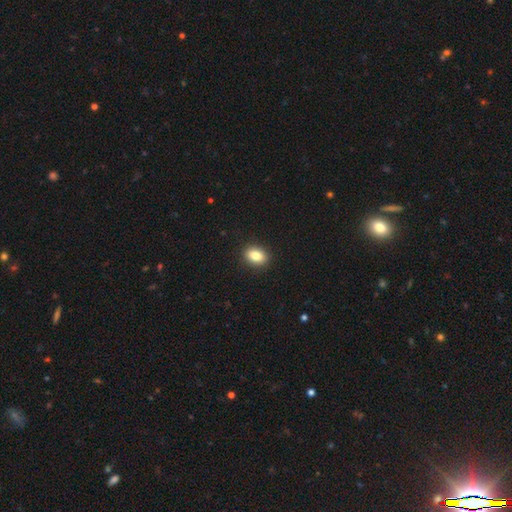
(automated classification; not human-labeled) Overall: smooth (84%). How rounded: in between (75%). Merging: none (90%).